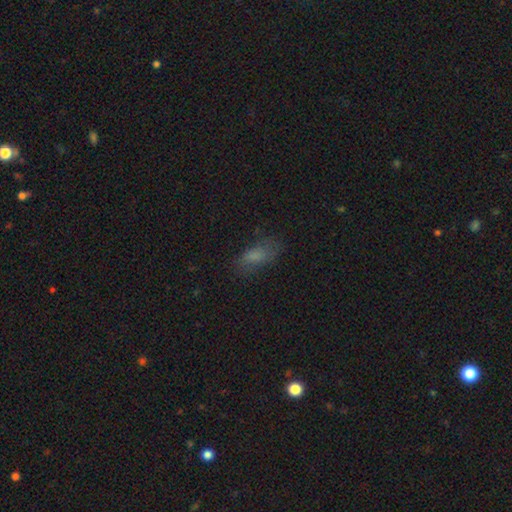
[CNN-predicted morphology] A smooth galaxy with no disk features (72%) that is in between round and cigar-shaped (80%).

Vote fractions:
- Smooth or featured? smooth: 72% / featured or disk: 14% / star or artifact: 13%
- How rounded? in between: 80% / cigar-shaped: 16% / round: 4%
- Merging? none: 65% / minor disturbance: 23% / major disturbance: 11% / merger: 2%